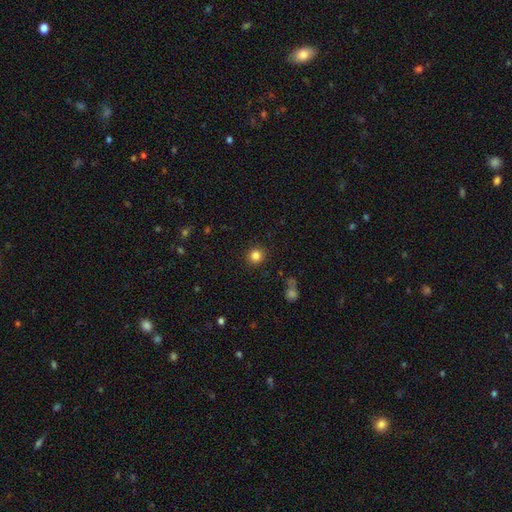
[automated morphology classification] This appears to be a smooth galaxy with no disk features (84%) that is round (91%). Merging: none (90%).